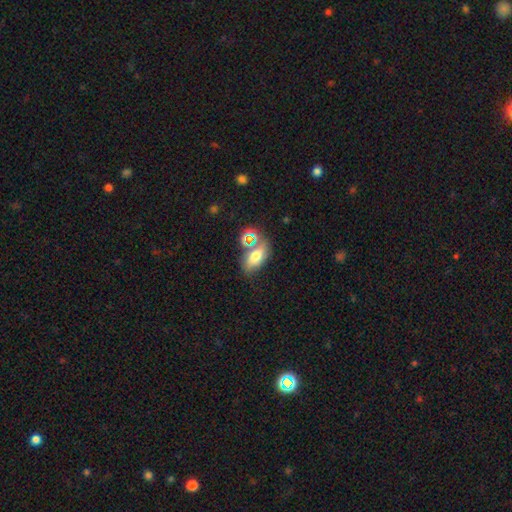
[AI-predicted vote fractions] Q: Smooth or featured?
A: smooth (63%); runner-up: featured or disk (21%)
Q: How rounded?
A: in between (80%); runner-up: round (15%)
Q: Merging?
A: none (53%); runner-up: minor disturbance (19%)